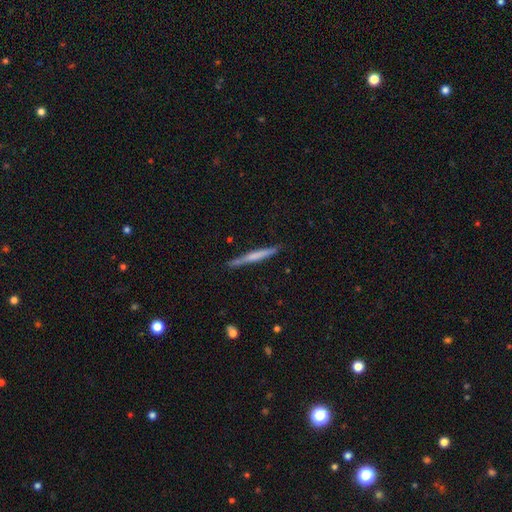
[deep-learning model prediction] smooth_or_featured: smooth (p=0.48) [alt: featured or disk p=0.47]
merging: none (p=0.87) [alt: minor disturbance p=0.09]